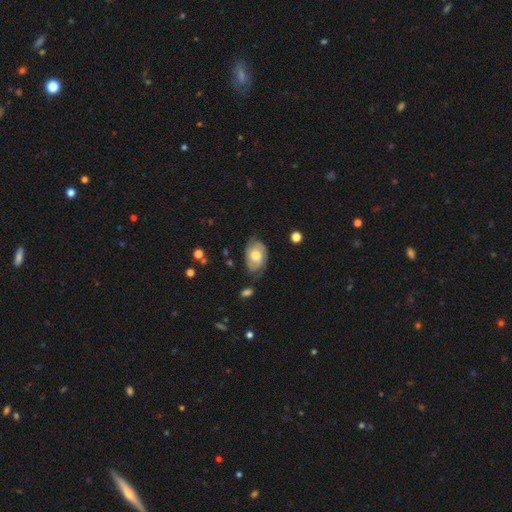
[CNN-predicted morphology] Smooth or featured? Predicted: featured or disk (p=0.73). Edge-on disk? Predicted: no (p=0.96). Bar? Predicted: no (p=0.67). Spiral arms? Predicted: yes (p=0.90). Spiral winding? Predicted: tight (p=0.56). Spiral arm count? Predicted: 2 (p=0.63). Bulge size? Predicted: moderate (p=0.67). Merging? Predicted: none (p=0.72).